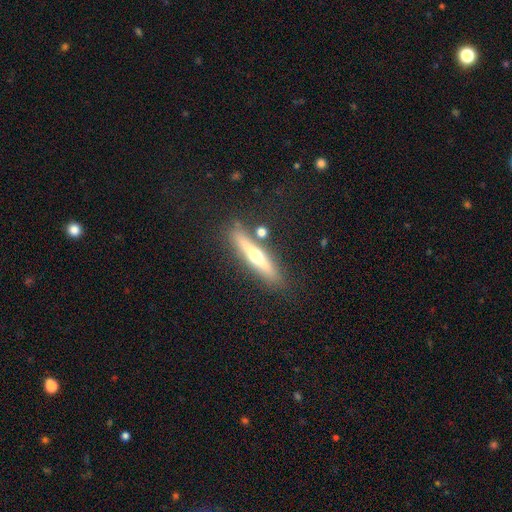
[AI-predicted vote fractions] This is likely a featured or disk galaxy (61%). It is clearly viewed edge-on (94%). Edge-on bulge: clearly rounded (91%). Merging: clearly none (82%).